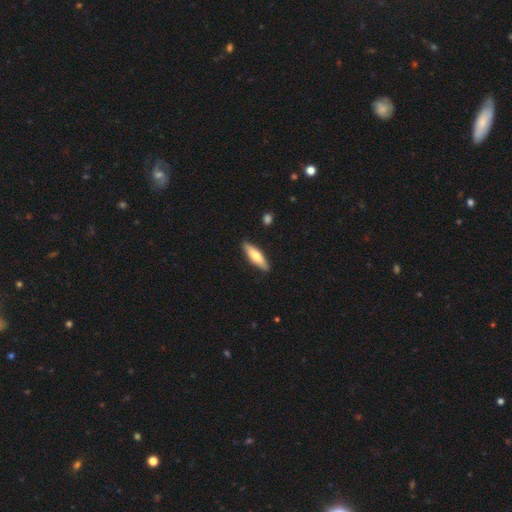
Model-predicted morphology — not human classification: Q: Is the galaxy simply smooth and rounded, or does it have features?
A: smooth — 62%.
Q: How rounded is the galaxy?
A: cigar-shaped — 60%.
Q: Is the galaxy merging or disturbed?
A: none — 88%.